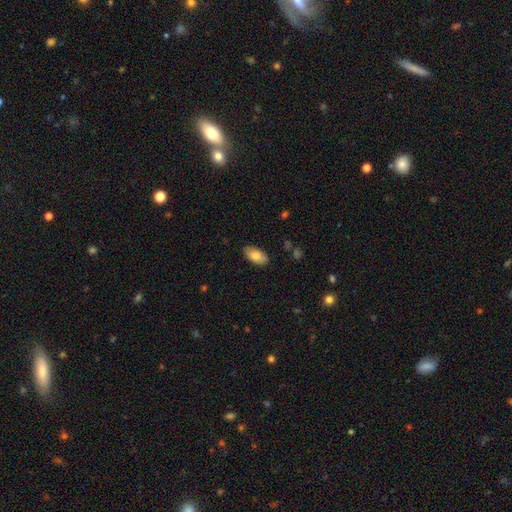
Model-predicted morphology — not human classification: A smooth galaxy with no disk features (81%) that is in between round and cigar-shaped (94%). Merging: none (86%).